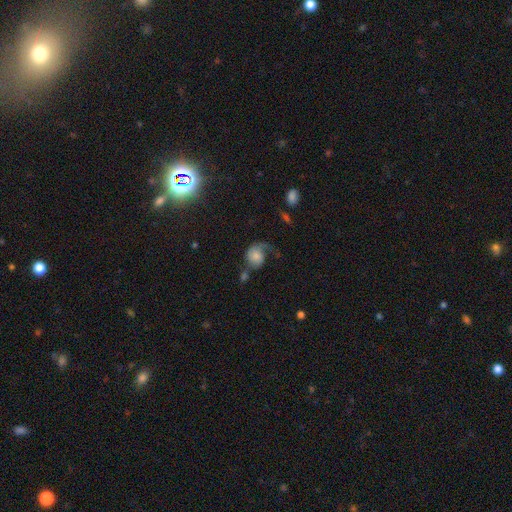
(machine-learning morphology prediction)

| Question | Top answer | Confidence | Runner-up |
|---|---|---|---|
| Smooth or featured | smooth | 45% | tied: featured or disk (45%) |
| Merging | major disturbance | 37% | none (32%) |